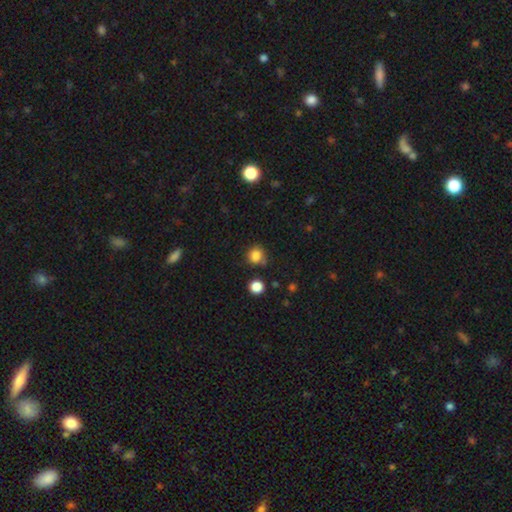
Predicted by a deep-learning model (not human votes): This is clearly a smooth galaxy (82%). How rounded: clearly round (80%). Merging: likely none (69%).